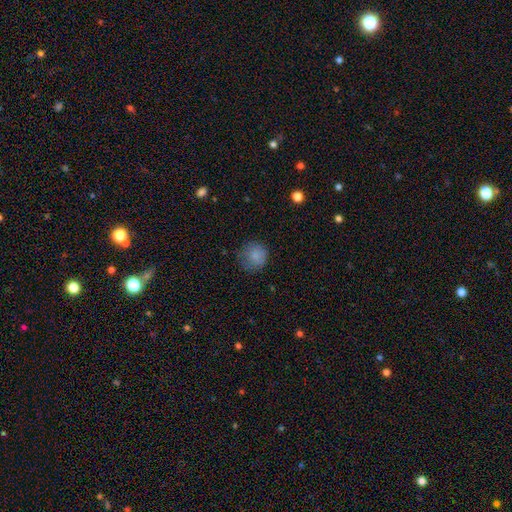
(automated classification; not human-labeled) A smooth galaxy with no disk features (81%) that is round (90%).

Vote fractions:
- Smooth or featured? smooth: 81% / star or artifact: 10% / featured or disk: 9%
- How rounded? round: 90% / in between: 9% / cigar-shaped: 1%
- Merging? none: 71% / minor disturbance: 21% / major disturbance: 7% / merger: 1%